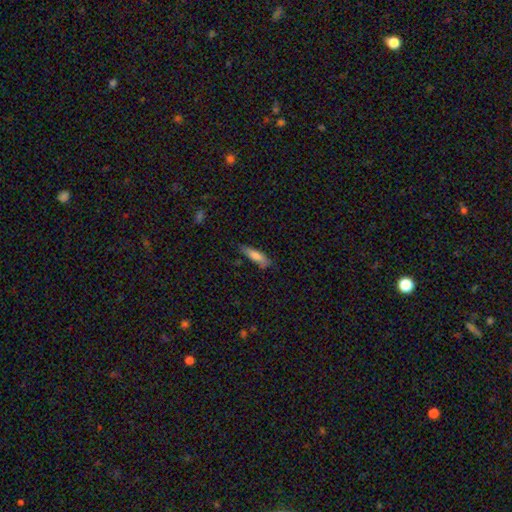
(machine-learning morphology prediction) This appears to be a smooth galaxy with no disk features (77%) that is cigar-shaped (70%). Merging: none (74%).